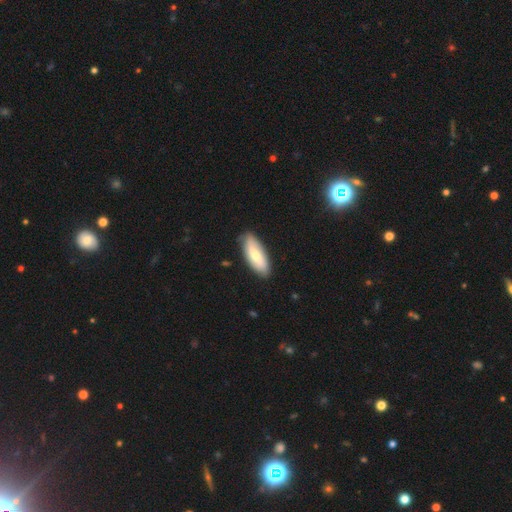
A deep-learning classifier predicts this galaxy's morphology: The model was most divided on "smooth or featured": smooth: 57%, featured or disk: 38%, star or artifact: 5%. More confident: merging — none (84%); how rounded — in between (77%).